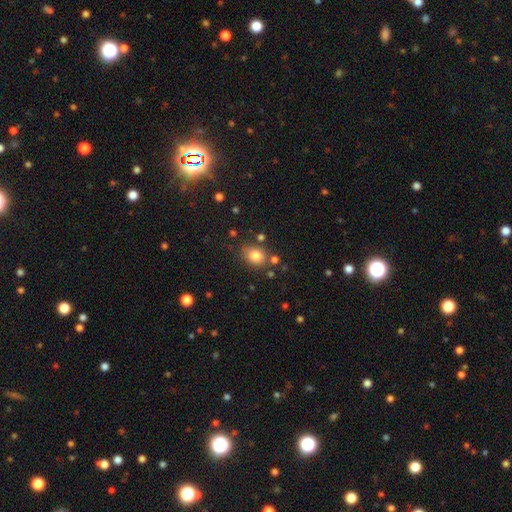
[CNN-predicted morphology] This is clearly a smooth galaxy (81%). How rounded: possibly round (56%). Merging: likely none (73%).